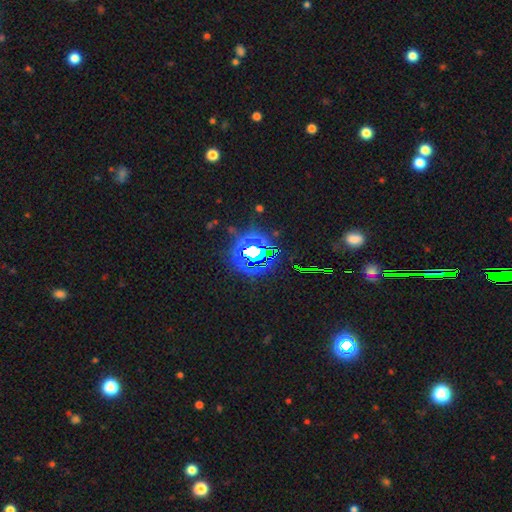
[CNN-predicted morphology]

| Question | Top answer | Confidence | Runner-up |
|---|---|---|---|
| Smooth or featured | star or artifact | 77% | smooth (13%) |